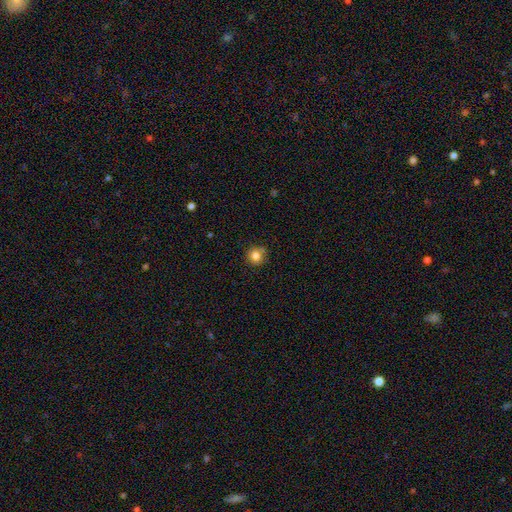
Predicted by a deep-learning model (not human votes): A smooth galaxy with no disk features (82%) that is round (93%). Merging: none (78%).